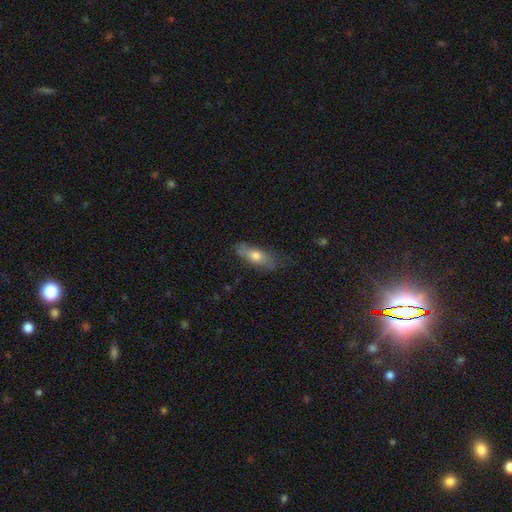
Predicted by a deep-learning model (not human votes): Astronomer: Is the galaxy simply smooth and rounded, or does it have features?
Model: smooth — 63%.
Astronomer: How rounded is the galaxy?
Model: in between — 60% (runner-up: cigar-shaped, 36%).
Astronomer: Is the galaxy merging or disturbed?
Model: none — 65%.